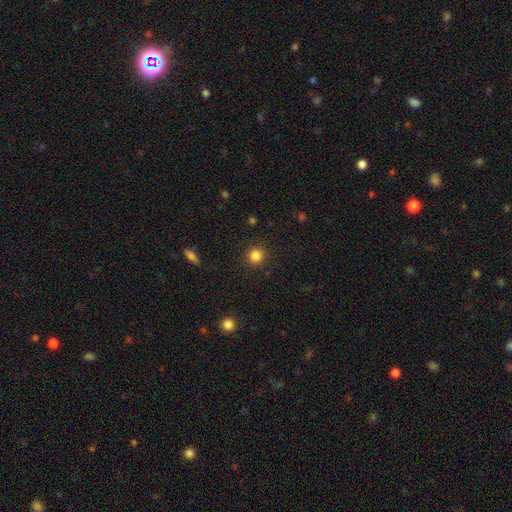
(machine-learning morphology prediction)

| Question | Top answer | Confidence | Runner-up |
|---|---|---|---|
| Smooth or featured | smooth | 84% | star or artifact (12%) |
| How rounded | round | 91% | in between (8%) |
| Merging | none | 91% | minor disturbance (6%) |